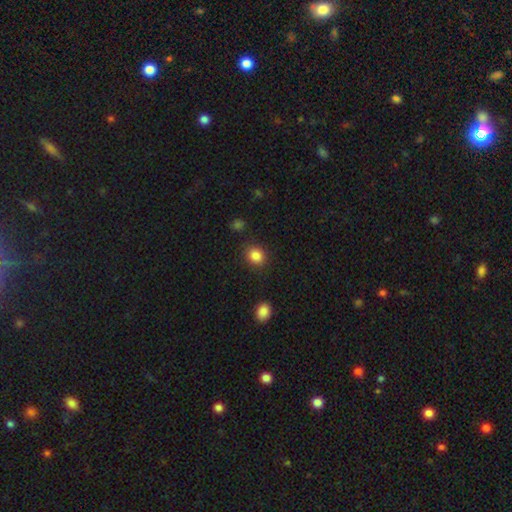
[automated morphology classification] smooth 86%, star or artifact 10%, featured or disk 4%. Down the decision tree: how rounded — round (70%); merging — none (87%).